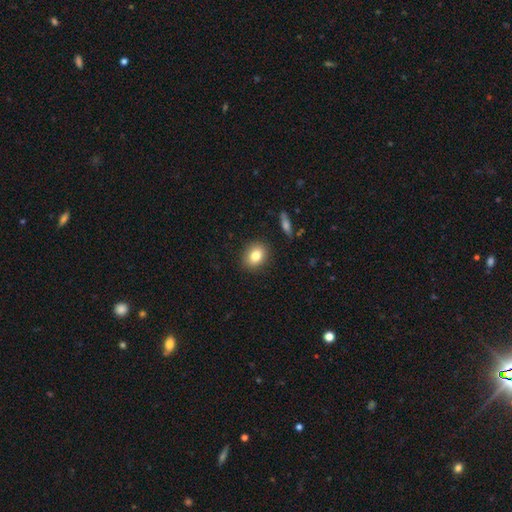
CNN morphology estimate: type=smooth (81%); roundness=in between (54%); merging=none (88%).